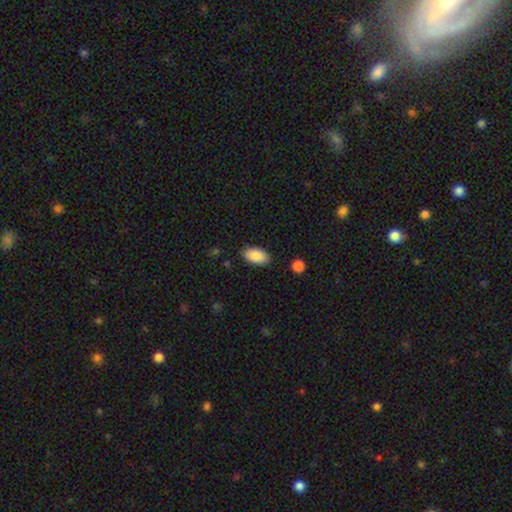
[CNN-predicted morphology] type=smooth (89%); roundness=in between (95%); merging=none (87%).